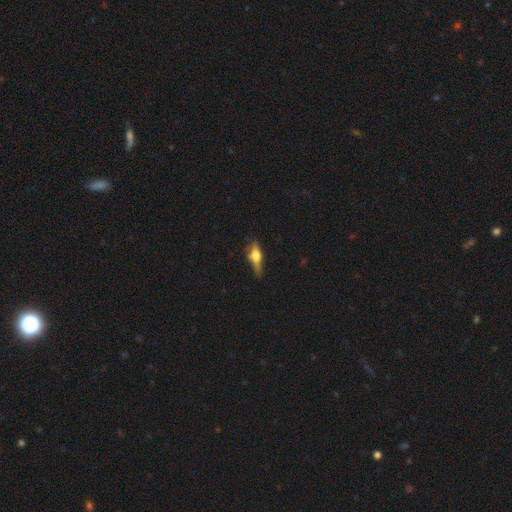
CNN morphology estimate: This is possibly a featured or disk galaxy (47%). Merging: possibly none (54%).